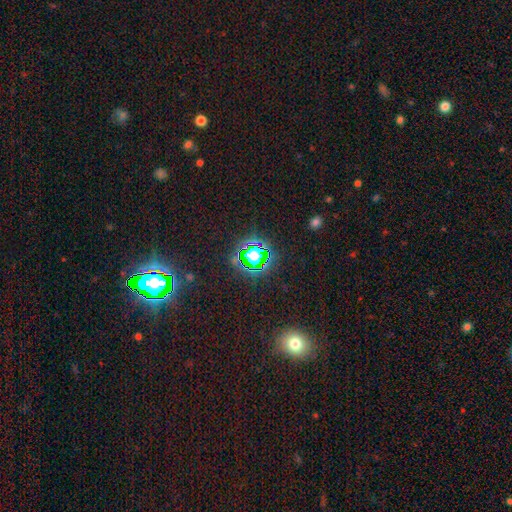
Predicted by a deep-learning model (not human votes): Smooth or featured?
  - star or artifact: 78% *
  - smooth: 14%
  - featured or disk: 8%